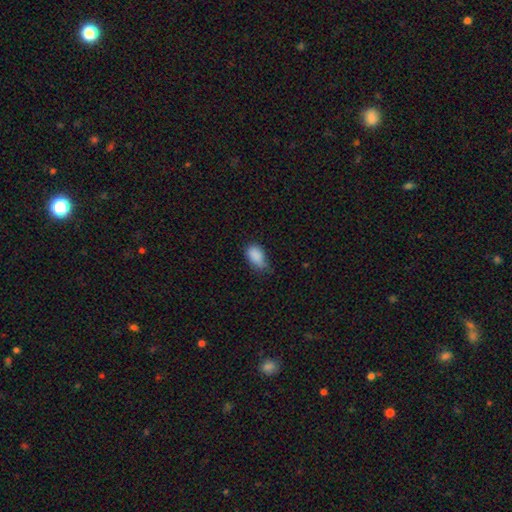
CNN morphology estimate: Smooth or featured?
  - smooth: 87% *
  - star or artifact: 8%
  - featured or disk: 5%
How rounded?
  - in between: 89% *
  - round: 9%
  - cigar-shaped: 2%
Merging?
  - none: 46% *
  - minor disturbance: 42%
  - major disturbance: 10%
  - merger: 2%